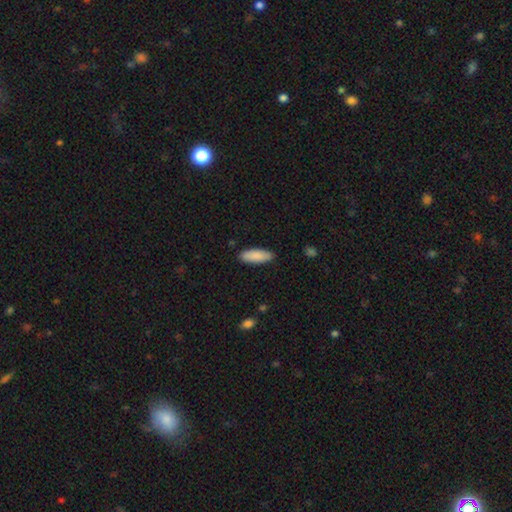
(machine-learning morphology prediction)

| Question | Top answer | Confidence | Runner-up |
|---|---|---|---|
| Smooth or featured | smooth | 88% | featured or disk (6%) |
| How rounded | in between | 61% | cigar-shaped (37%) |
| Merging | none | 89% | minor disturbance (8%) |